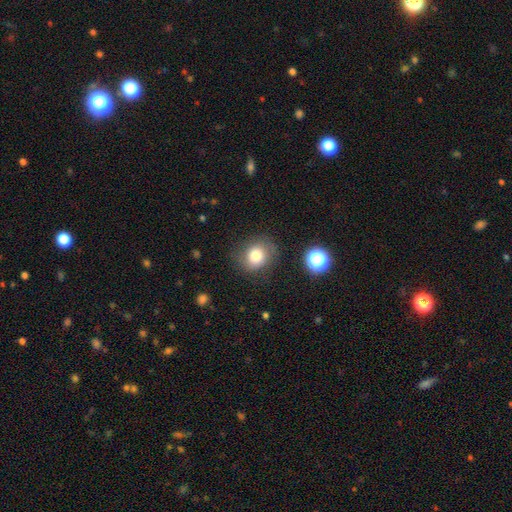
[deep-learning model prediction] This is likely a smooth galaxy (78%). How rounded: likely round (71%). Merging: likely none (76%).